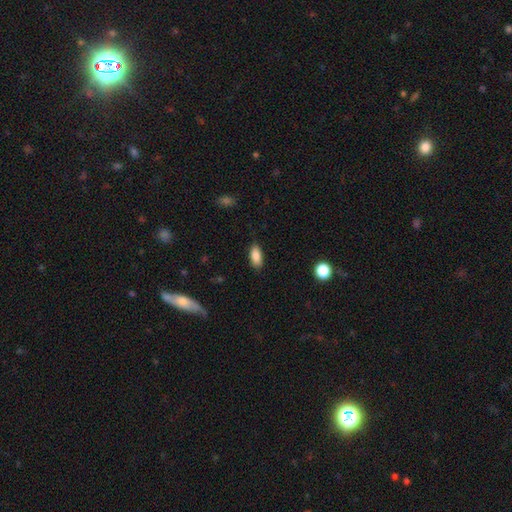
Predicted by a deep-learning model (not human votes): smooth 86%, star or artifact 8%, featured or disk 6%. Down the decision tree: how rounded — in between (86%); merging — none (83%).